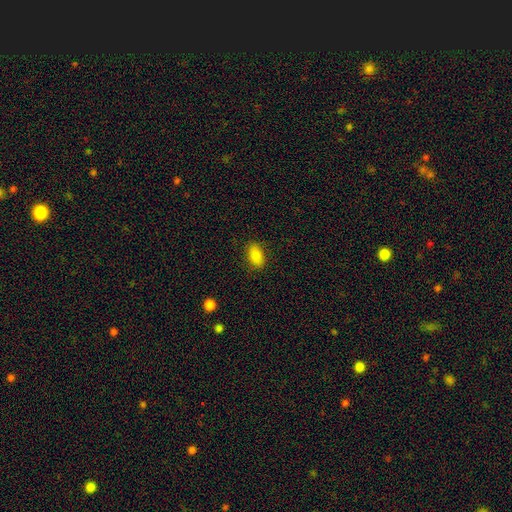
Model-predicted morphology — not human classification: smooth_or_featured: smooth (p=0.84) [alt: star or artifact p=0.09]
how_rounded: in between (p=0.90) [alt: round p=0.08]
merging: none (p=0.85) [alt: minor disturbance p=0.11]